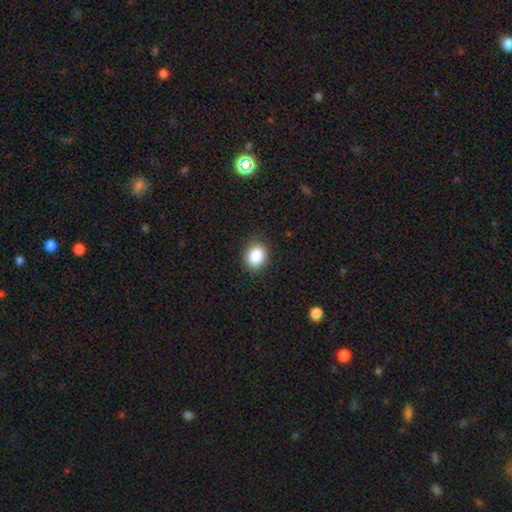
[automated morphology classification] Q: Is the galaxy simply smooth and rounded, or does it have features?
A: smooth — 87%.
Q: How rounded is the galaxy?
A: round — 53%.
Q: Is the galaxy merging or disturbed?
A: none — 86%.